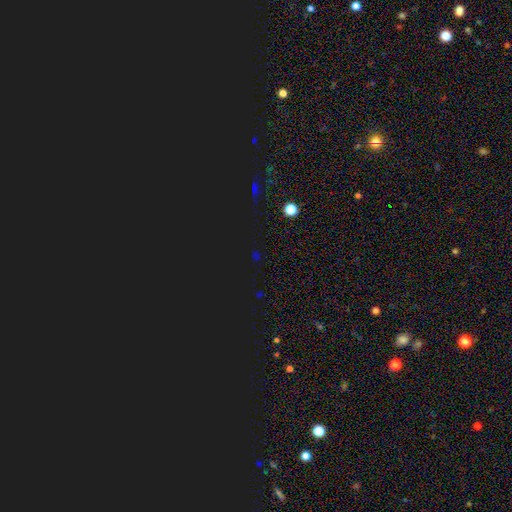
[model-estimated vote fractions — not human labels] Q: Smooth or featured?
A: star or artifact (75%); runner-up: smooth (19%)